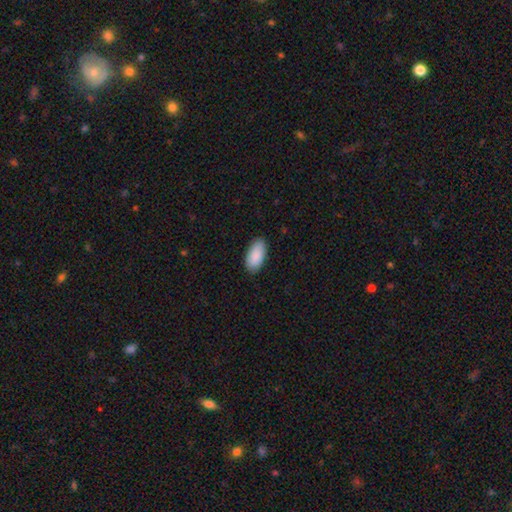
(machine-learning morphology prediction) smooth 90%, star or artifact 6%, featured or disk 4%. Down the decision tree: how rounded — in between (94%); merging — none (87%).